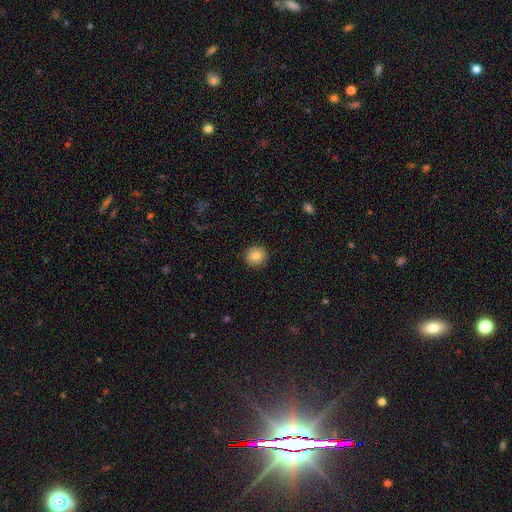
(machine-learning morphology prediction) Overall: smooth (81%). How rounded: round (91%). Merging: none (91%).